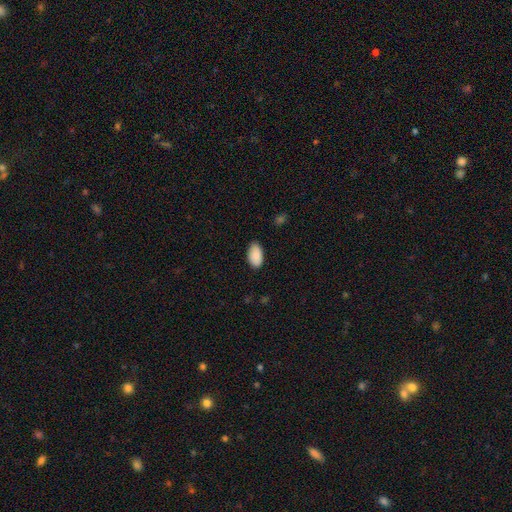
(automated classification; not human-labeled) This is clearly a smooth galaxy (88%). How rounded: clearly in between (95%). Merging: clearly none (82%).